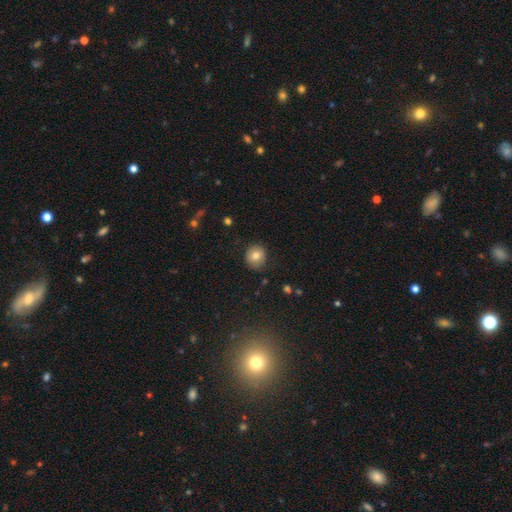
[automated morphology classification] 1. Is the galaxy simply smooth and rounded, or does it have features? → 77% smooth, 13% featured or disk, 9% star or artifact.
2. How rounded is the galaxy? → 86% round, 13% in between, 1% cigar-shaped.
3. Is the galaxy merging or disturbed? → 85% none, 11% minor disturbance, 2% major disturbance, 1% merger.